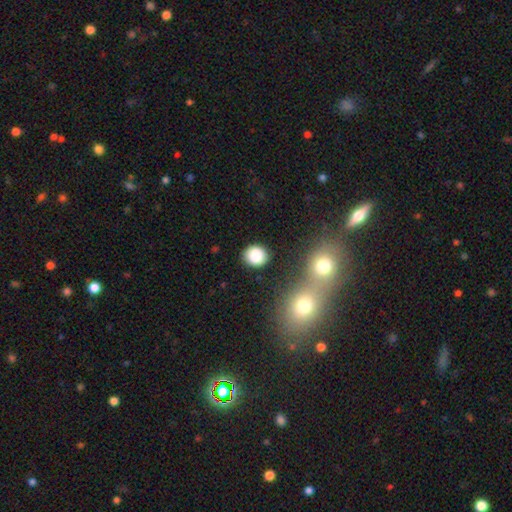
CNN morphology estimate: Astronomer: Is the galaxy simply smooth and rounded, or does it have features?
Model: smooth — 86%.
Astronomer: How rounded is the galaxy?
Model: round — 77%.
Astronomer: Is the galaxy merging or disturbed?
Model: none — 83%.